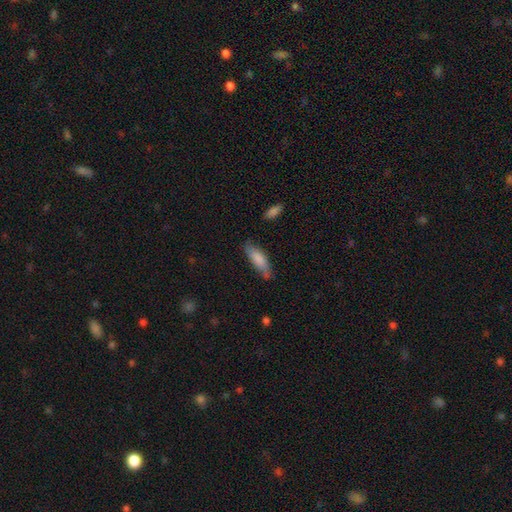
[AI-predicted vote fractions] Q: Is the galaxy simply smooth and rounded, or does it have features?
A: smooth — 75%.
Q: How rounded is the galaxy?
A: cigar-shaped — 55%.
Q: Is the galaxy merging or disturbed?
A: none — 68%.